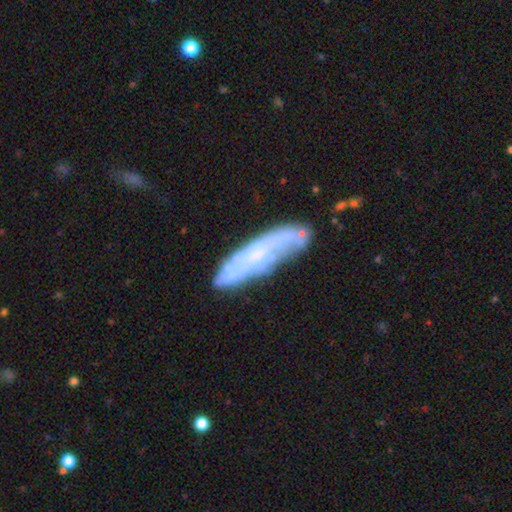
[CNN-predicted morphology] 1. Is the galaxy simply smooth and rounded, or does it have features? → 56% featured or disk, 35% smooth, 9% star or artifact.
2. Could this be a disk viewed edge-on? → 65% no, 35% yes.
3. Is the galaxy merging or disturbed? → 70% none, 20% minor disturbance, 6% major disturbance, 4% merger.